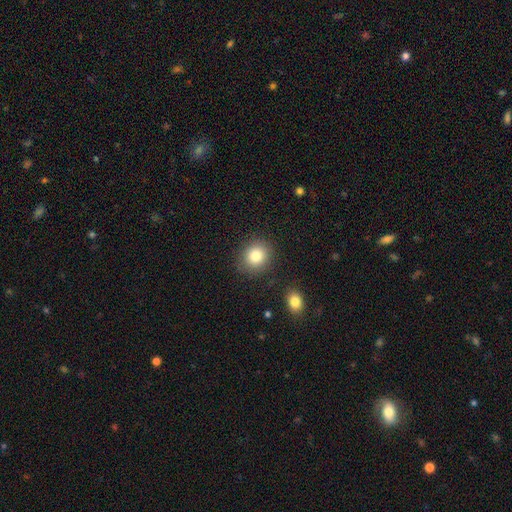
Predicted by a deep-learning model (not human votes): smooth 82%, star or artifact 10%, featured or disk 8%. Down the decision tree: how rounded — round (76%); merging — none (86%).